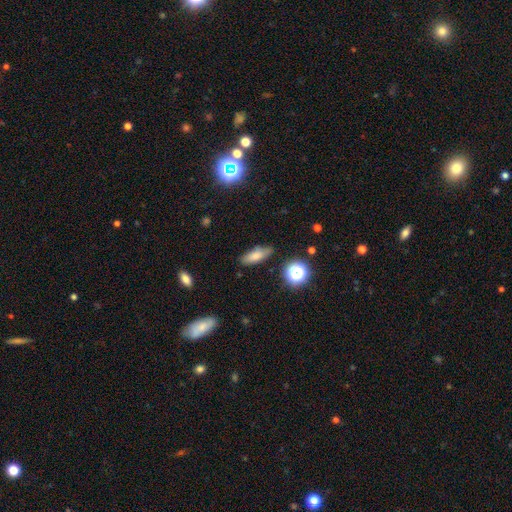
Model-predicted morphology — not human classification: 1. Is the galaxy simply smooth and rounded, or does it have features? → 75% smooth, 13% featured or disk, 12% star or artifact.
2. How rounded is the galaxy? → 61% in between, 33% cigar-shaped, 6% round.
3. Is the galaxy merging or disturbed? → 80% none, 14% minor disturbance, 3% major disturbance, 2% merger.